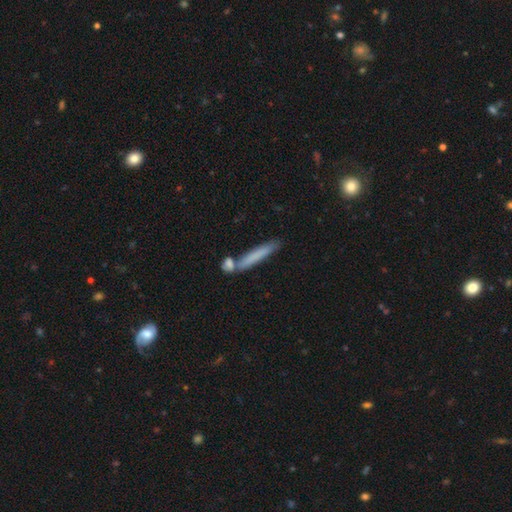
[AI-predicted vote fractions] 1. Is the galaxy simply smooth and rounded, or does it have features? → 71% smooth, 22% featured or disk, 6% star or artifact.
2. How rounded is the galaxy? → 93% cigar-shaped, 5% in between, 2% round.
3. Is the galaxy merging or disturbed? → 68% none, 16% merger, 12% minor disturbance, 4% major disturbance.